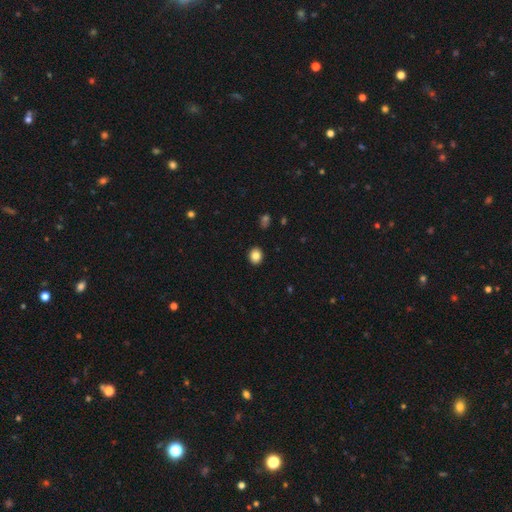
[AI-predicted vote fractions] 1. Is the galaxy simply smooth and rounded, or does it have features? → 84% smooth, 10% star or artifact, 6% featured or disk.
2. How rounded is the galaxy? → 59% round, 40% in between, 1% cigar-shaped.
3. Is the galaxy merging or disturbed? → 90% none, 7% minor disturbance, 2% major disturbance, 1% merger.